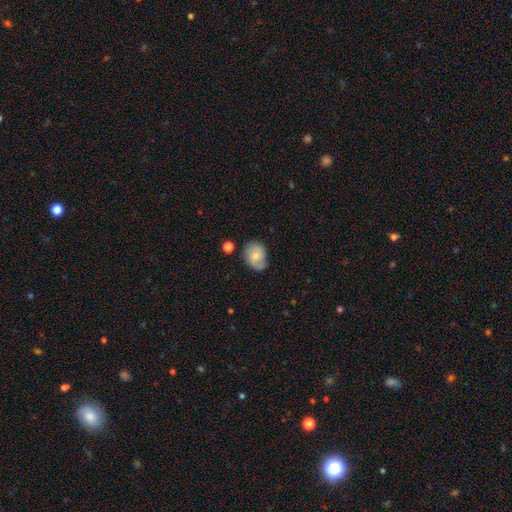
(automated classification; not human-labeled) Smooth or featured? Predicted: smooth (p=0.61). How rounded? Predicted: in between (p=0.57). Merging? Predicted: none (p=0.60).